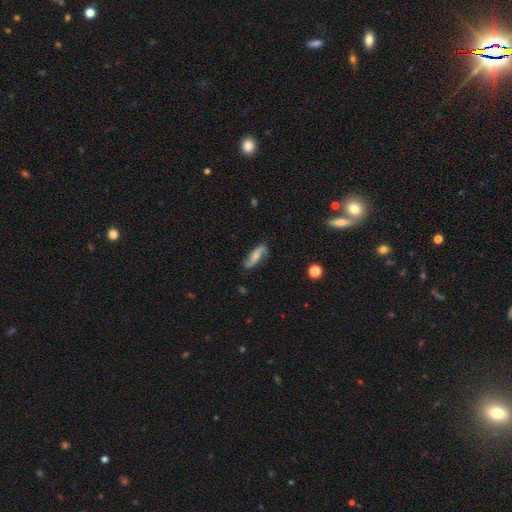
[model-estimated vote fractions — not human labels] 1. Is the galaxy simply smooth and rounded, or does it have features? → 54% featured or disk, 38% smooth, 7% star or artifact.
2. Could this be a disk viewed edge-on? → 85% no, 15% yes.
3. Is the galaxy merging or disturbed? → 78% none, 16% minor disturbance, 4% major disturbance, 2% merger.